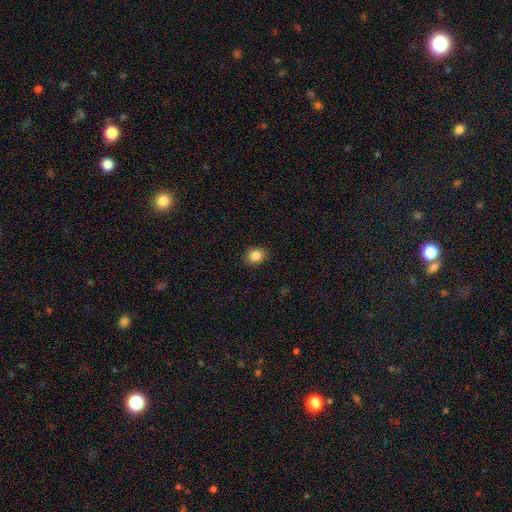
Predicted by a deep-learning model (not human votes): Smooth or featured?
  - smooth: 85% *
  - star or artifact: 10%
  - featured or disk: 5%
How rounded?
  - round: 75% *
  - in between: 25%
  - cigar-shaped: 1%
Merging?
  - none: 88% *
  - minor disturbance: 9%
  - major disturbance: 2%
  - merger: 1%